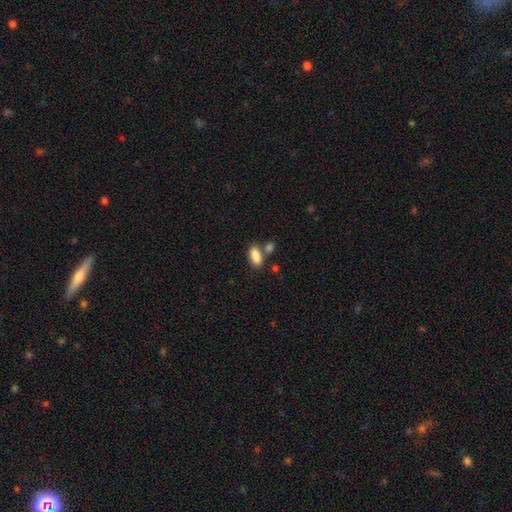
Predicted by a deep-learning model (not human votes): Morphology: type=smooth (87%); roundness=in between (89%); merging=none (62%).